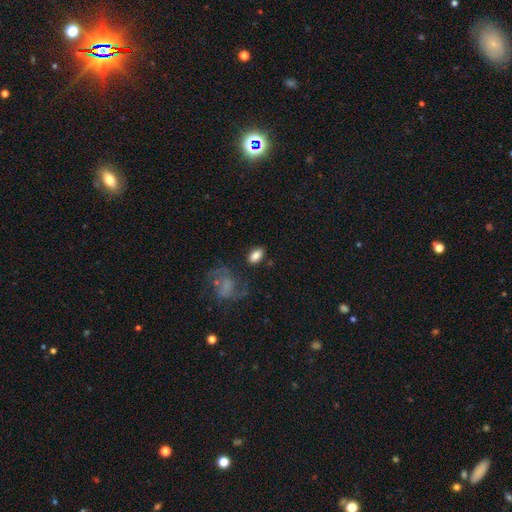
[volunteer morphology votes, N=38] type=smooth (97%); roundness=in between (92%); merging=none (89%).